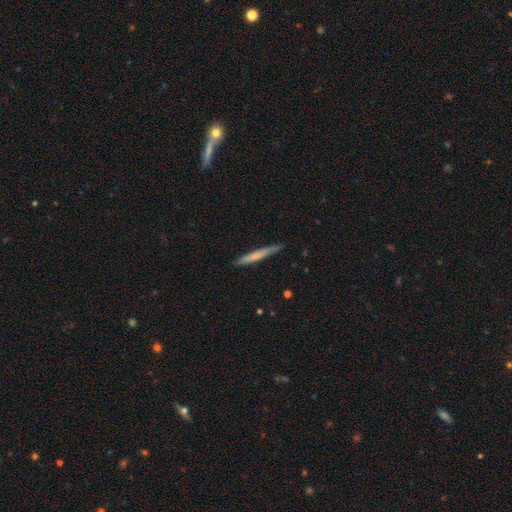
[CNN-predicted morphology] type=smooth (57%); roundness=cigar-shaped (96%); merging=none (86%).